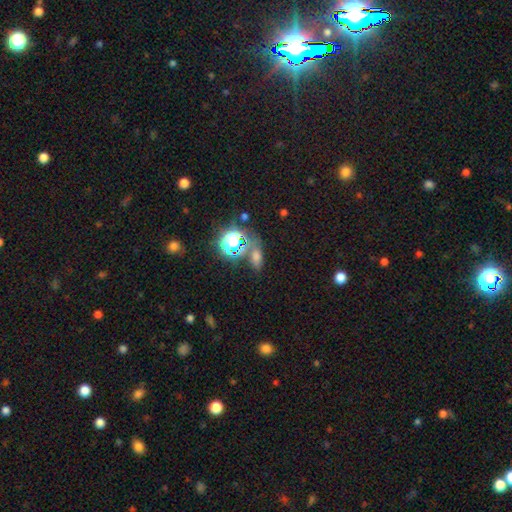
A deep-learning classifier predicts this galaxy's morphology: Smooth or featured: smooth — 50% (star or artifact — 39%)
How rounded: in between — 65% (round — 24%)
Merging: none — 65% (merger — 14%)